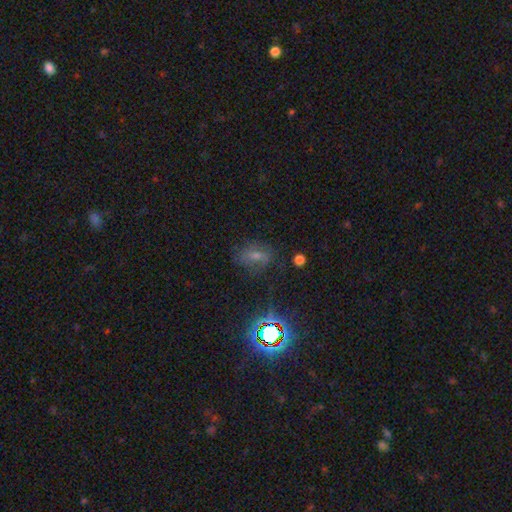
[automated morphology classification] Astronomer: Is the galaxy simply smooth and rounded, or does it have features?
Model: smooth — 44% (runner-up: star or artifact, 31%).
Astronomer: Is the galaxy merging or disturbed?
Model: none — 65%.